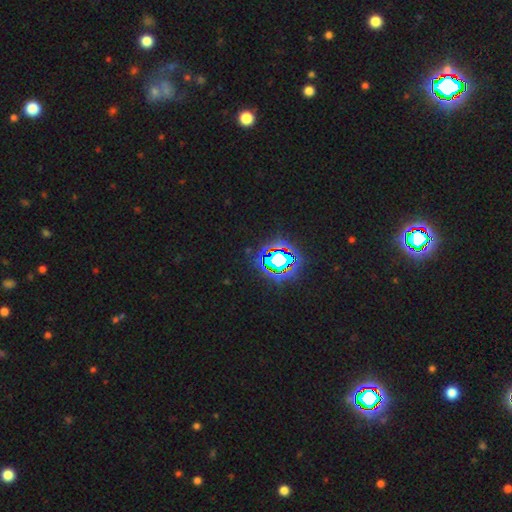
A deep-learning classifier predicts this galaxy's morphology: Smooth or featured?
  - star or artifact: 82% *
  - smooth: 11%
  - featured or disk: 8%